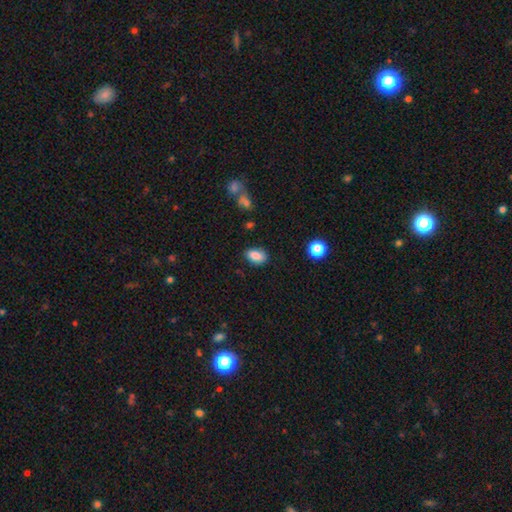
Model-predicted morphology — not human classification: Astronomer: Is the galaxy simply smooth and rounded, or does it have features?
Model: smooth — 87%.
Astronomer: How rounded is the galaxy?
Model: in between — 87%.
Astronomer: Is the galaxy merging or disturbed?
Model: none — 78%.